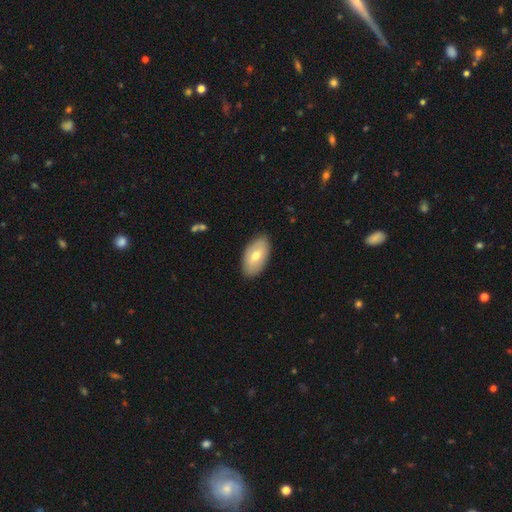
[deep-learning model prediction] Overall: smooth (63%; featured or disk 31%). How rounded: in between (94%). Merging: none (87%).